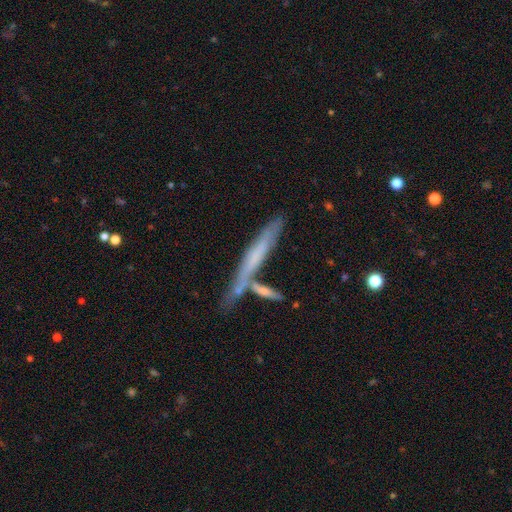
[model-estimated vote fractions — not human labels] The model was most divided on "smooth or featured": featured or disk: 47%, smooth: 46%, star or artifact: 7%. More confident: merging — none (55%).